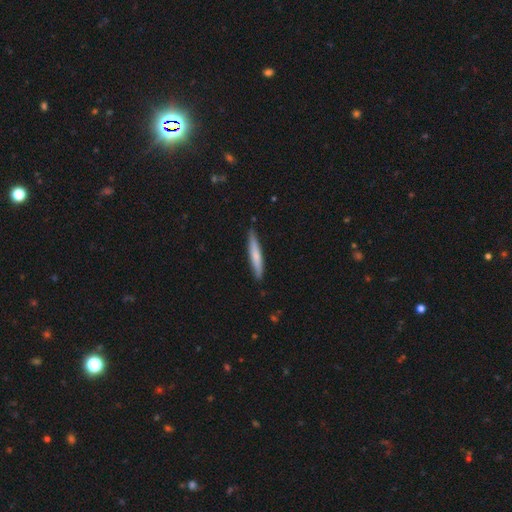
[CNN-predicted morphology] Q: Smooth or featured?
A: smooth (68%); runner-up: featured or disk (27%)
Q: How rounded?
A: cigar-shaped (94%); runner-up: in between (5%)
Q: Merging?
A: none (87%); runner-up: minor disturbance (10%)